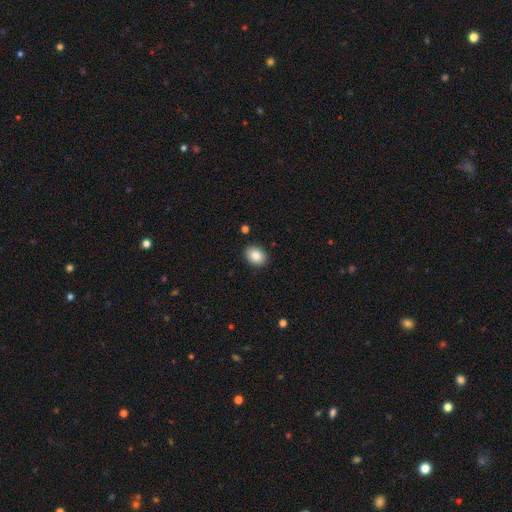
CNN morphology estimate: The model was most divided on "how rounded": in between: 62%, round: 37%, cigar-shaped: 1%. More confident: merging — none (89%); smooth or featured — smooth (86%).